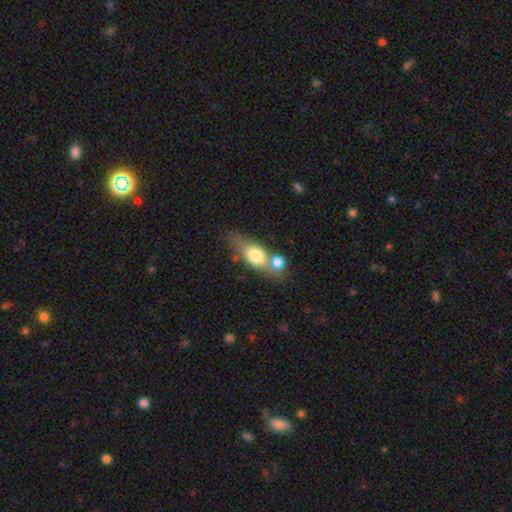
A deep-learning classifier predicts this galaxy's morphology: type=smooth (71%); roundness=in between (63%); merging=merger (55%).